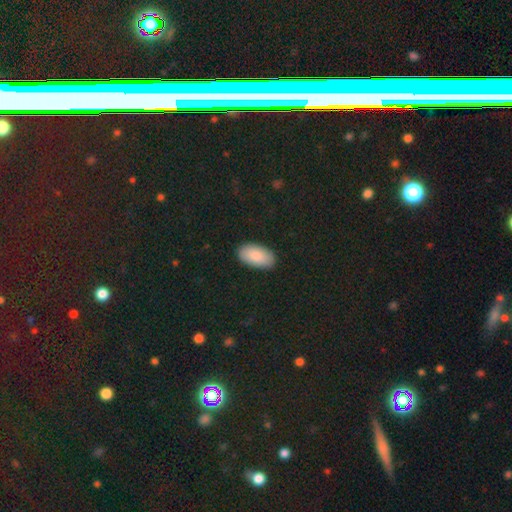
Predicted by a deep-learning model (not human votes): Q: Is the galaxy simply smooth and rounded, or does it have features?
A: smooth — 88%.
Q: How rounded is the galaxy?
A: in between — 96%.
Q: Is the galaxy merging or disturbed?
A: none — 88%.